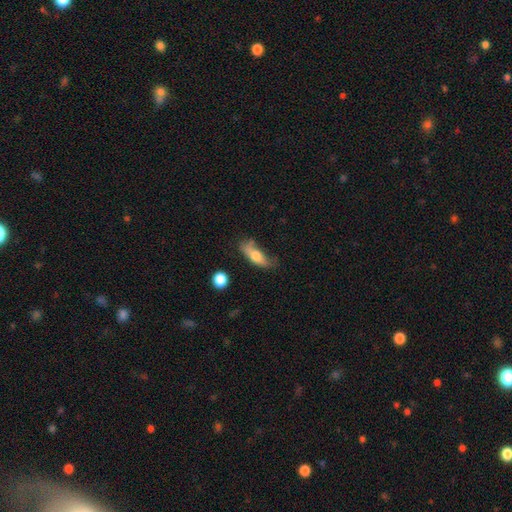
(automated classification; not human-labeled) The model was most divided on "merging": none: 39%, minor disturbance: 33%, major disturbance: 21%, merger: 8%. More confident: smooth or featured — smooth (65%); how rounded — in between (63%).